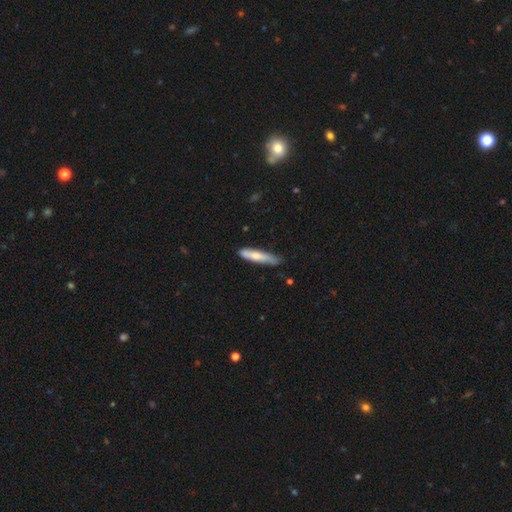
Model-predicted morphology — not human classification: A smooth galaxy with no disk features (66%) that is cigar-shaped (86%). Merging: none (71%).